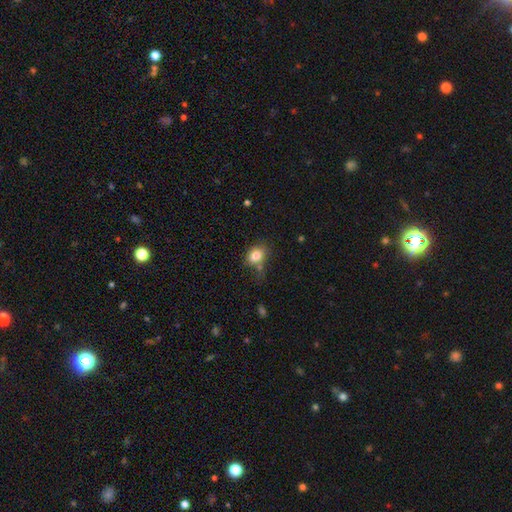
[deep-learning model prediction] Smooth or featured? Predicted: smooth (p=0.83). How rounded? Predicted: in between (p=0.59). Merging? Predicted: none (p=0.58).